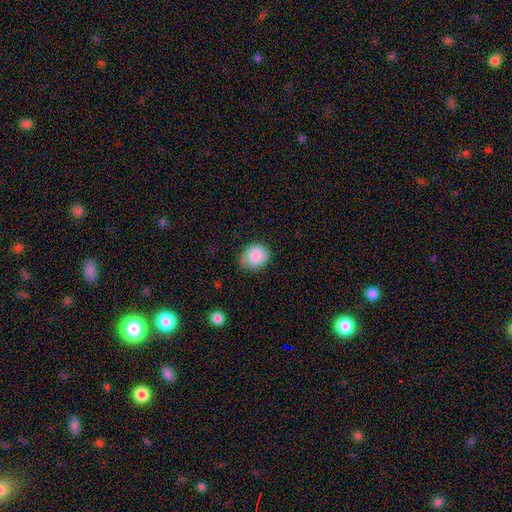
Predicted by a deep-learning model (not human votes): This is clearly a smooth galaxy (86%). How rounded: likely round (61%). Merging: likely none (69%).